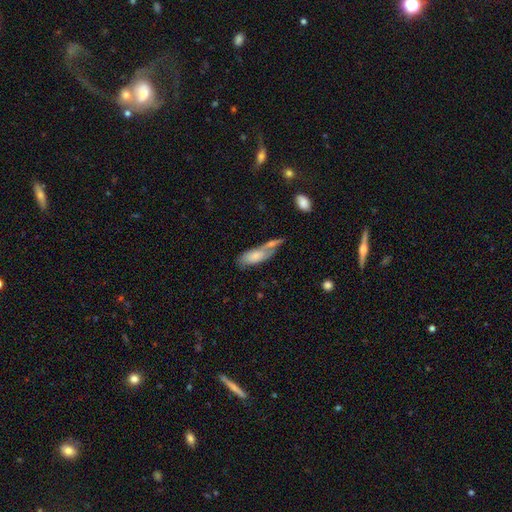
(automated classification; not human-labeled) This appears to be a smooth galaxy with no disk features (71%) that is in between round and cigar-shaped (76%). Merging: merger (42%).